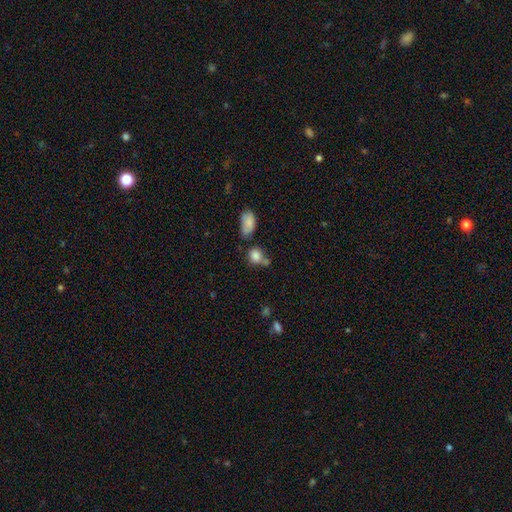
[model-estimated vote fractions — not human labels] smooth-or-featured: smooth: 83% | star or artifact: 10% | featured or disk: 7%
  how-rounded: round: 67% | in between: 32% | cigar-shaped: 2%
  merging: none: 50% | merger: 27% | minor disturbance: 17% | major disturbance: 7%